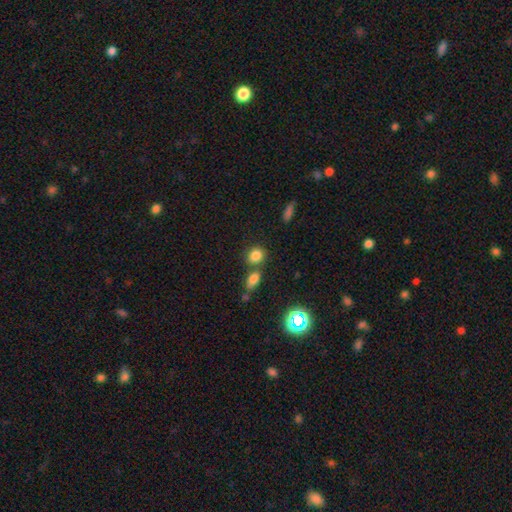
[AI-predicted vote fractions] smooth 81%, star or artifact 13%, featured or disk 6%. Down the decision tree: how rounded — round (56%); merging — none (60%).